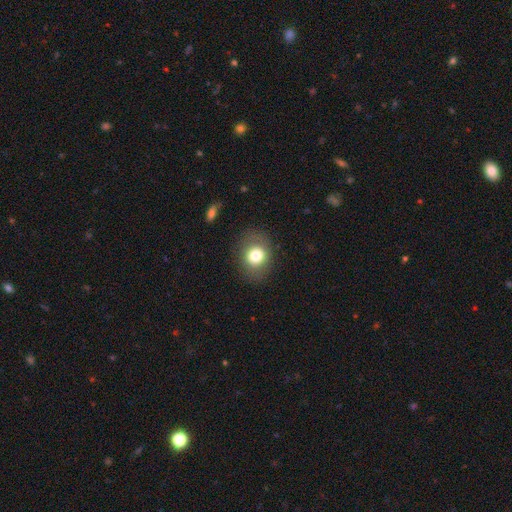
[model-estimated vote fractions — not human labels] Smooth or featured?
  - smooth: 75% *
  - featured or disk: 16%
  - star or artifact: 10%
How rounded?
  - round: 59% *
  - in between: 40%
  - cigar-shaped: 1%
Merging?
  - none: 82% *
  - minor disturbance: 11%
  - major disturbance: 5%
  - merger: 1%